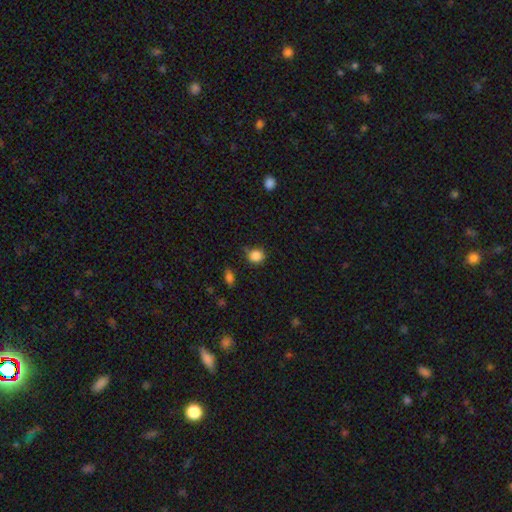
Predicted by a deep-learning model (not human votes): This appears to be a smooth galaxy with no disk features (85%) that is round (80%). Merging: none (71%).